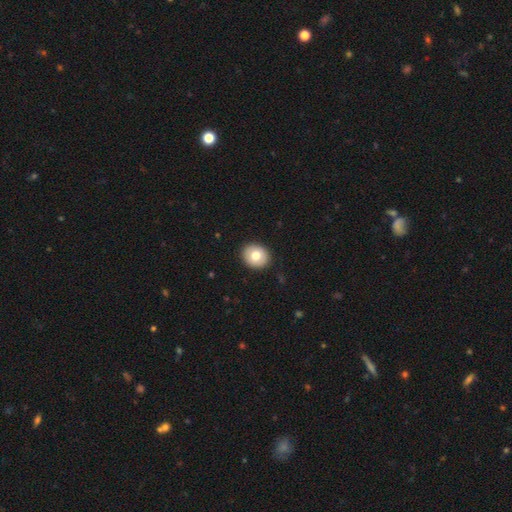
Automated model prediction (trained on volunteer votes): smooth_or_featured: smooth (p=0.76) [alt: featured or disk p=0.16]
how_rounded: round (p=0.78) [alt: in between p=0.21]
merging: none (p=0.92) [alt: minor disturbance p=0.06]